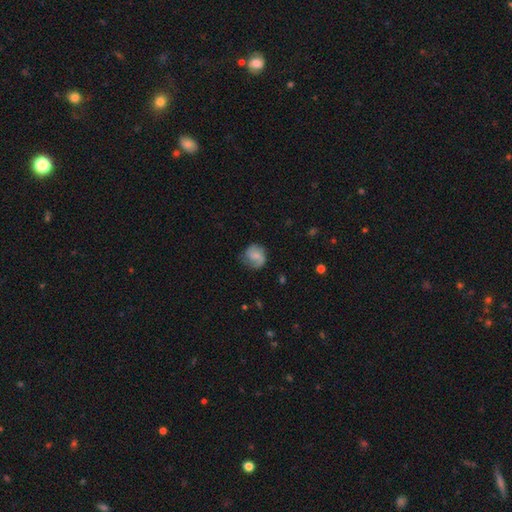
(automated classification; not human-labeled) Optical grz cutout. It shows a smooth galaxy with no disk features (53%) that is round (78%). Merging: none (62%).